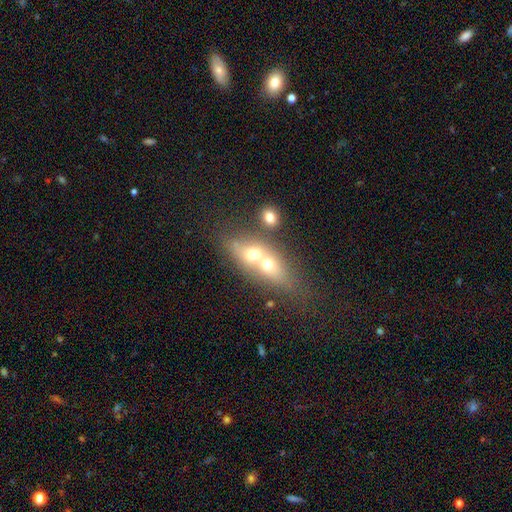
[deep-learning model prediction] Smooth or featured? Predicted: smooth (p=0.54). How rounded? Predicted: in between (p=0.57). Merging? Predicted: merger (p=0.73).